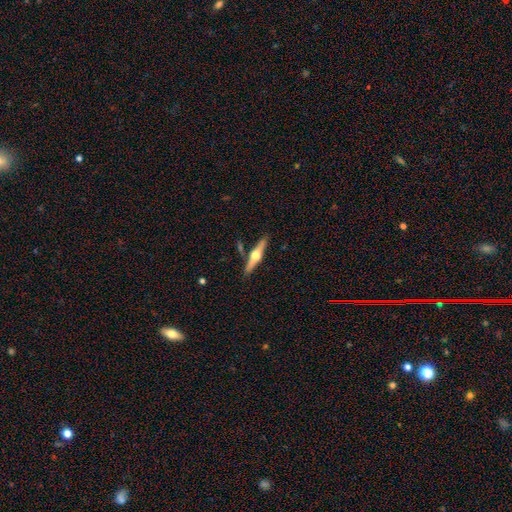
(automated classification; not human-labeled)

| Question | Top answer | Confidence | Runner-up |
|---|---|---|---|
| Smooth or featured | featured or disk | 71% | smooth (24%) |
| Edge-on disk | yes | 97% | no (3%) |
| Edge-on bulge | rounded | 96% | boxy (3%) |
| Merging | none | 84% | minor disturbance (9%) |